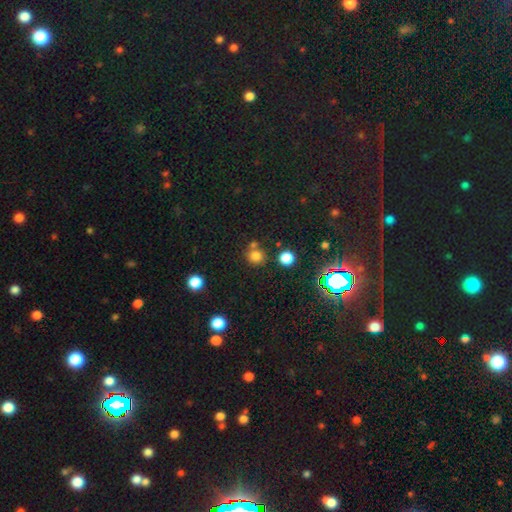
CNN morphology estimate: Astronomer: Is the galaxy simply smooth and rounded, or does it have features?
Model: smooth — 76%.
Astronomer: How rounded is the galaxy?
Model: round — 85%.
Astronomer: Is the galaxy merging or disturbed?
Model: none — 64%.